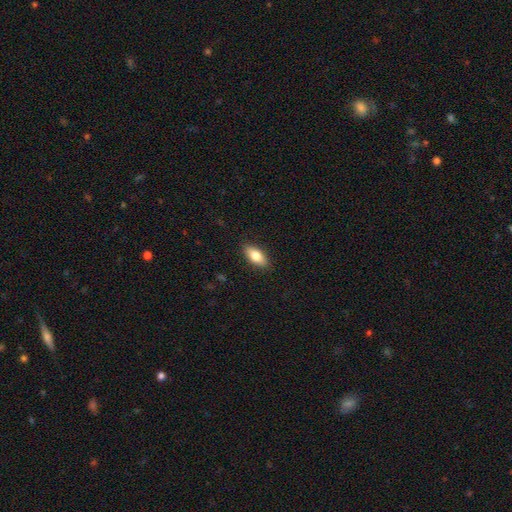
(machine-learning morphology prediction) Overall: smooth (79%). How rounded: in between (84%). Merging: none (88%).